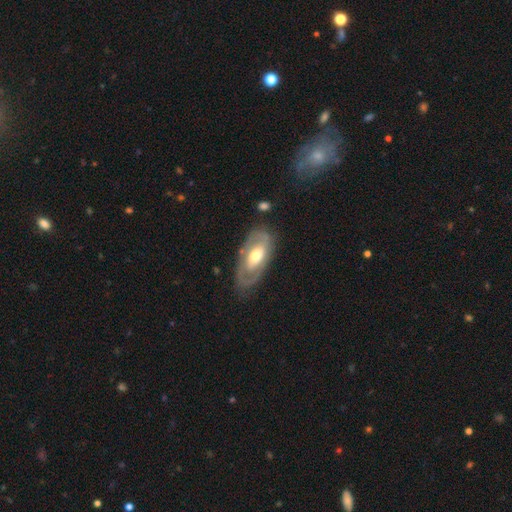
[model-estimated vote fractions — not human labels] The model was most divided on "spiral arms": yes: 57%, no: 43%. More confident: edge-on disk — no (90%); merging — none (73%); smooth or featured — featured or disk (67%); bulge size — moderate (67%); bar — no (60%).